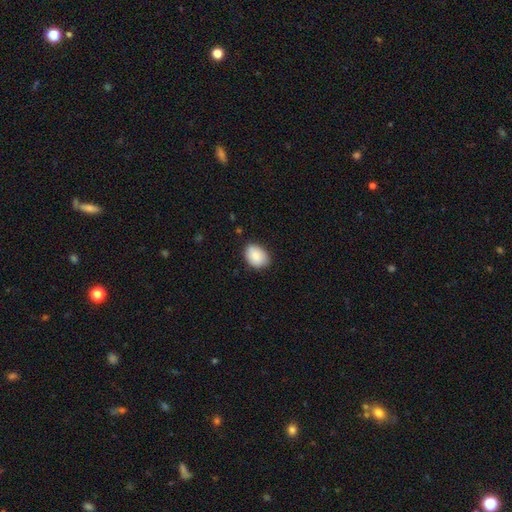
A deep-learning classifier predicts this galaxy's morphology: Smooth or featured: smooth — 86% (featured or disk — 7%)
How rounded: in between — 74% (round — 25%)
Merging: none — 79% (minor disturbance — 17%)